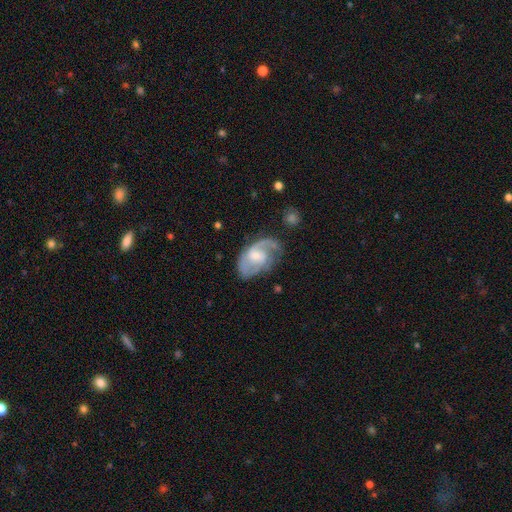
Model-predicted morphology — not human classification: Smooth or featured: featured or disk — 79% (smooth — 15%)
Edge-on disk: no — 97% (yes — 3%)
Bar: no — 49% (weak — 44%)
Spiral arms: yes — 93% (no — 7%)
Spiral winding: medium — 49% (tight — 27%)
Spiral arm count: 2 — 61% (1 — 16%)
Bulge size: small — 50% (moderate — 41%)
Merging: none — 59% (minor disturbance — 24%)